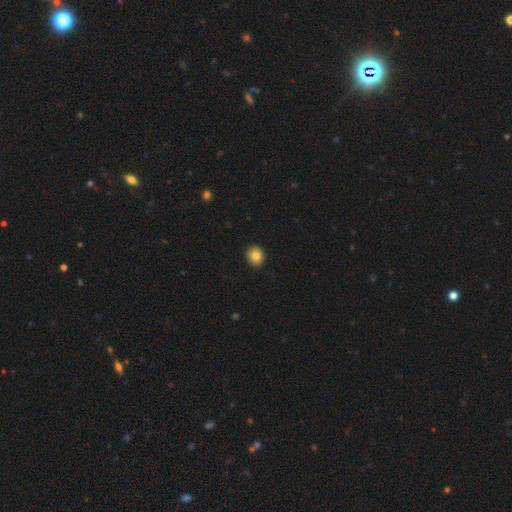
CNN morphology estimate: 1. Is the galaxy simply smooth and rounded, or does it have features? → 82% smooth, 10% star or artifact, 9% featured or disk.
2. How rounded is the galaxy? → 86% round, 13% in between, 1% cigar-shaped.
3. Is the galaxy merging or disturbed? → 91% none, 6% minor disturbance, 1% major disturbance, 1% merger.